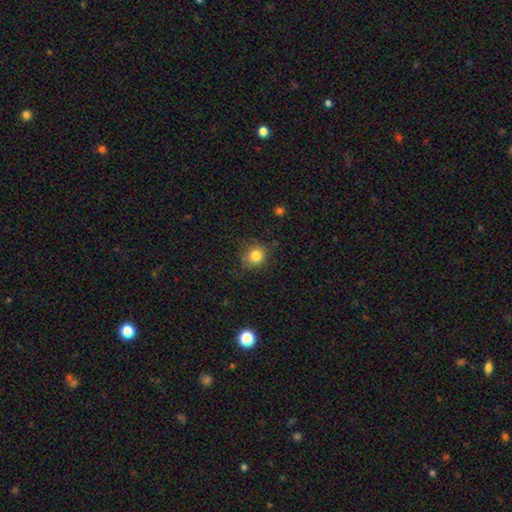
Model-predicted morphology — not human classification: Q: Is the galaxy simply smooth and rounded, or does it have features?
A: smooth — 83%.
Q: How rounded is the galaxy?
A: round — 85%.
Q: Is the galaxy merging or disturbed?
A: none — 80%.